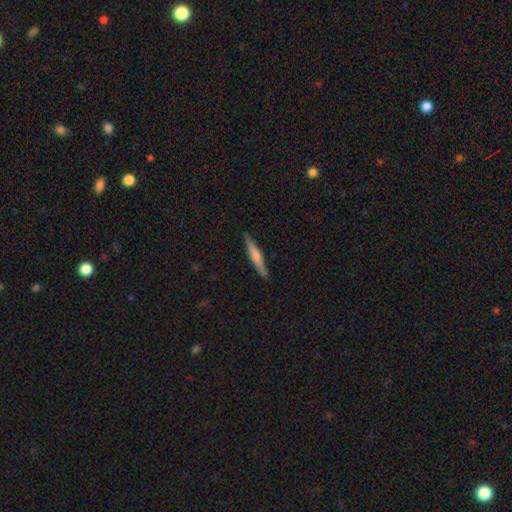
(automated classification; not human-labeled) Smooth or featured? featured or disk (53%)
Edge-on disk? yes (97%)
Edge-on bulge? rounded (66%)
Merging? none (90%)